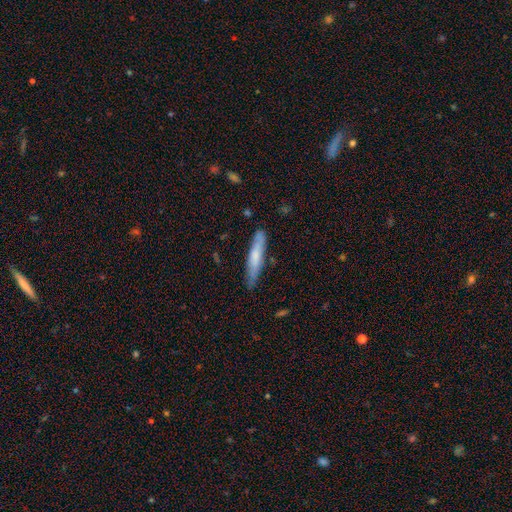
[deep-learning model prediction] Overall: smooth (62%; featured or disk 33%). How rounded: cigar-shaped (90%). Merging: none (77%).